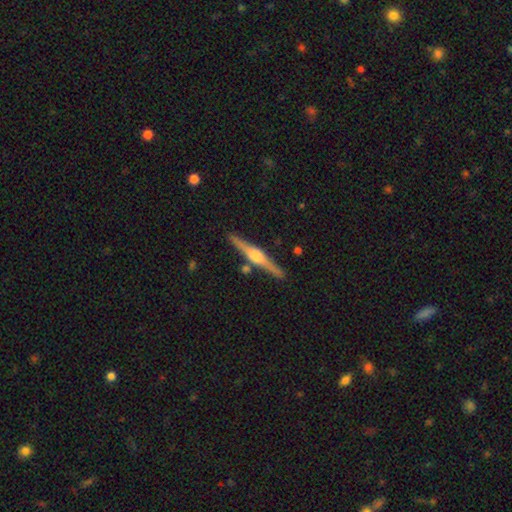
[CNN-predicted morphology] A featured or disk galaxy (79%) viewed edge-on (98%) with a rounded central bulge (84%).

Vote fractions:
- Smooth or featured? featured or disk: 79% / smooth: 16% / star or artifact: 5%
- Edge-on disk? yes: 98% / no: 2%
- Edge-on bulge? rounded: 84% / boxy: 12% / none: 4%
- Merging? none: 87% / minor disturbance: 8% / merger: 3% / major disturbance: 2%